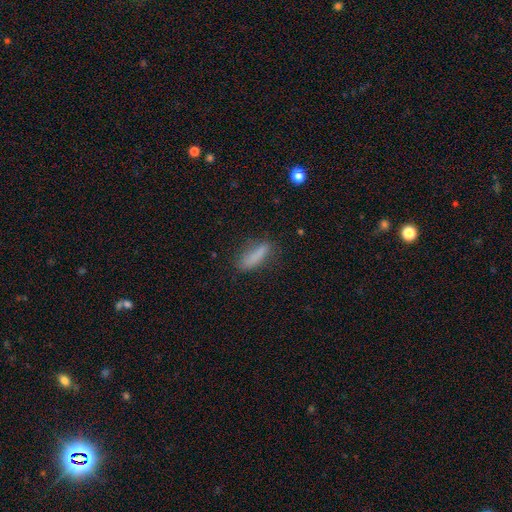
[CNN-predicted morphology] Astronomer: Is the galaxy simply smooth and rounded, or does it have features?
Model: smooth — 80%.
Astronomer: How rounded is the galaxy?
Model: cigar-shaped — 59% (runner-up: in between, 39%).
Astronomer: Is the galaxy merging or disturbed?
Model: none — 70%.